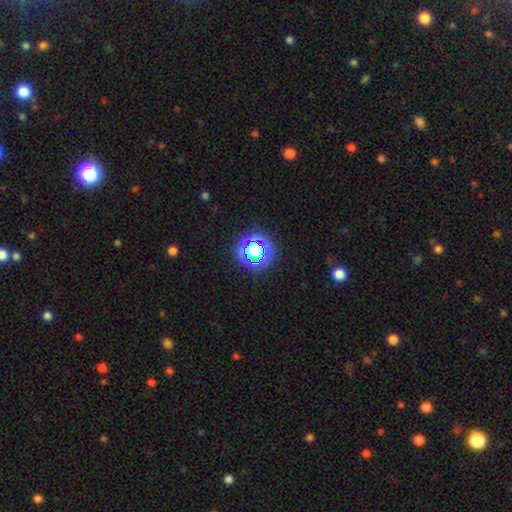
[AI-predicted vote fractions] Smooth or featured: star or artifact — 57% (smooth — 31%)